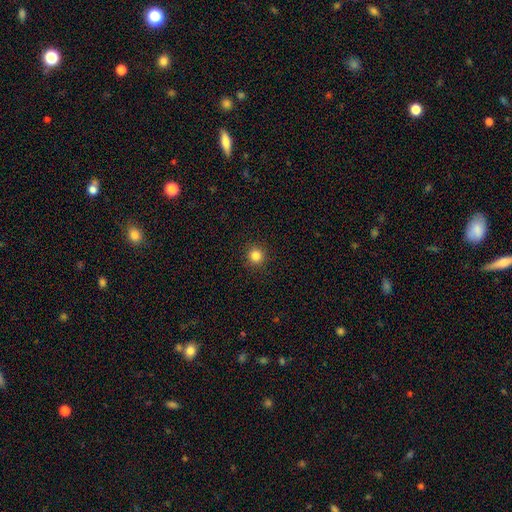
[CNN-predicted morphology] Q: Smooth or featured?
A: smooth (84%); runner-up: star or artifact (12%)
Q: How rounded?
A: round (95%); runner-up: in between (4%)
Q: Merging?
A: none (92%); runner-up: minor disturbance (5%)